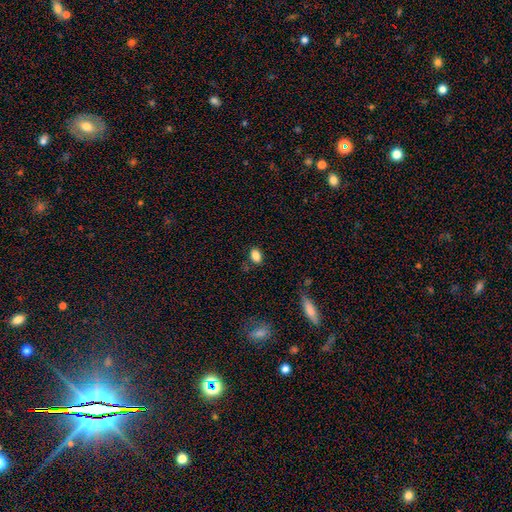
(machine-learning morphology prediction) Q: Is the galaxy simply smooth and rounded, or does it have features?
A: smooth — 85%.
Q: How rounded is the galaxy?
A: in between — 85%.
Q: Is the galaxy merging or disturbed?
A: none — 80%.